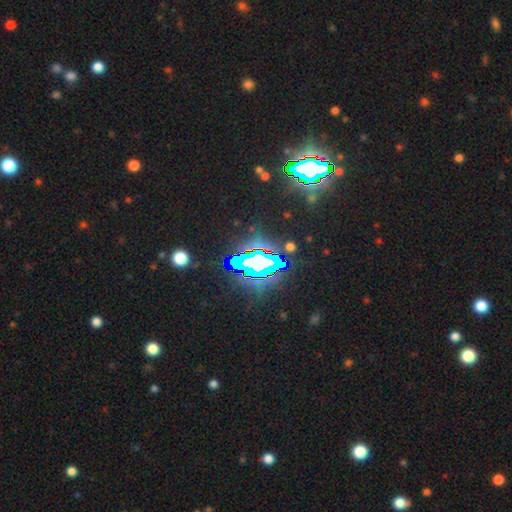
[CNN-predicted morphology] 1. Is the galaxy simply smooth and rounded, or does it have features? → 83% star or artifact, 8% smooth, 8% featured or disk.